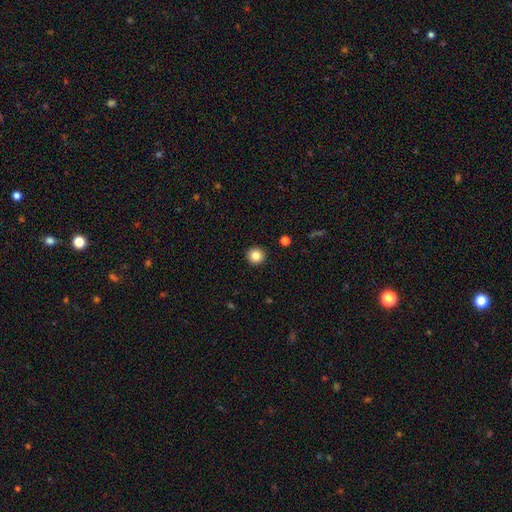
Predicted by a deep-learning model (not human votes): smooth_or_featured: smooth (p=0.85) [alt: star or artifact p=0.10]
how_rounded: round (p=0.96) [alt: in between p=0.03]
merging: none (p=0.94) [alt: minor disturbance p=0.04]